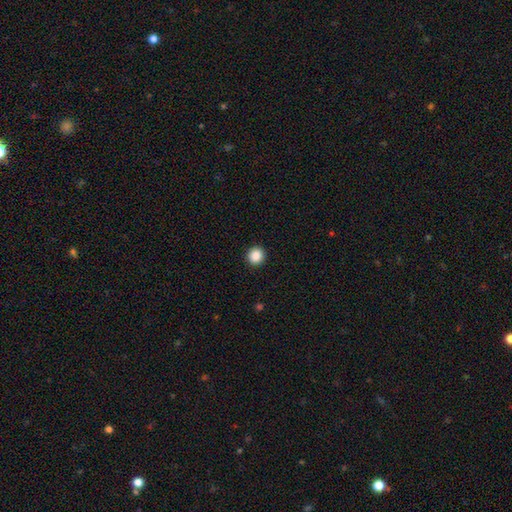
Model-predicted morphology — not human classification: smooth 88%, star or artifact 9%, featured or disk 3%. Down the decision tree: how rounded — round (93%); merging — none (93%).